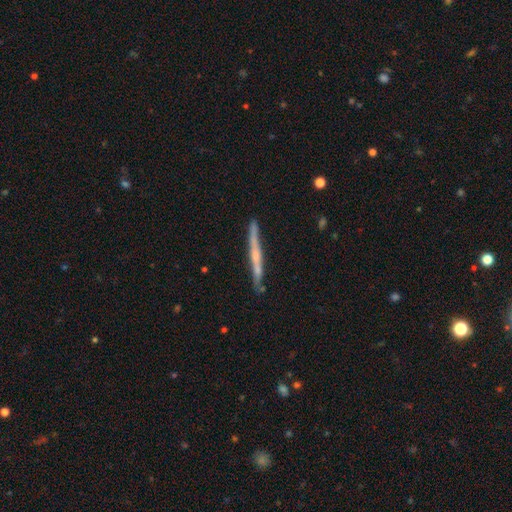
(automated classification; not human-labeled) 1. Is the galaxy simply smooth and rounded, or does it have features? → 63% featured or disk, 31% smooth, 6% star or artifact.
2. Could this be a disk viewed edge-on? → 96% yes, 4% no.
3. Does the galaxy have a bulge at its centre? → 53% none, 37% rounded, 10% boxy.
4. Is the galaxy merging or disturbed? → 85% none, 11% minor disturbance, 2% merger, 2% major disturbance.